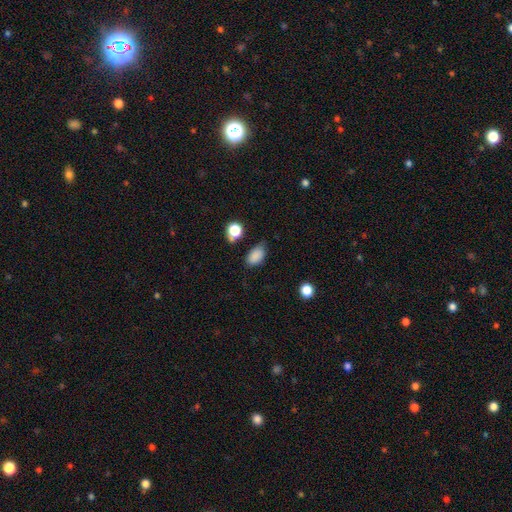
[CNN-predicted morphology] Smooth or featured? smooth (85%)
How rounded? in between (86%)
Merging? none (63%)